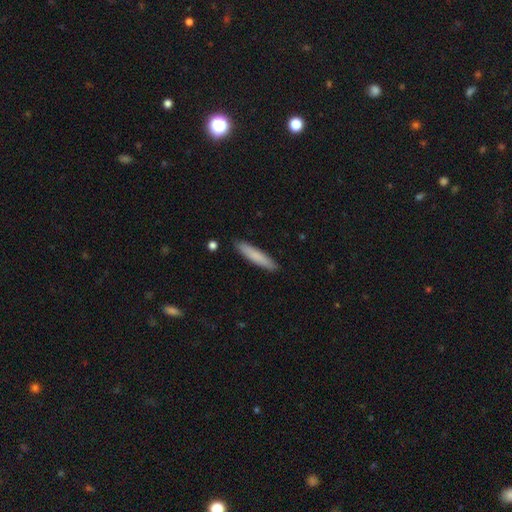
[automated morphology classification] Smooth or featured: smooth — 80% (featured or disk — 14%)
How rounded: cigar-shaped — 90% (in between — 9%)
Merging: none — 90% (minor disturbance — 7%)